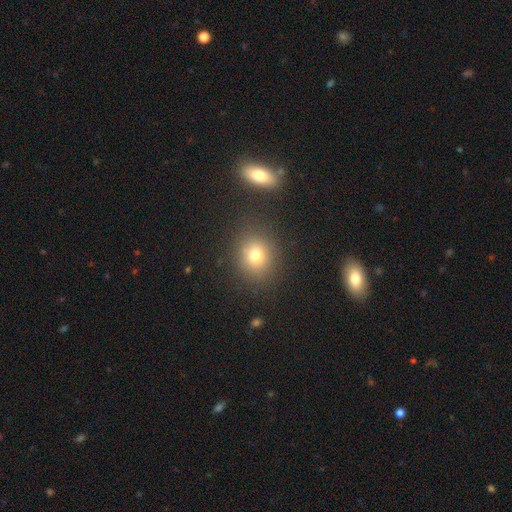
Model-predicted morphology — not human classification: This appears to be a smooth galaxy with no disk features (74%) that is round (78%). Merging: none (83%).